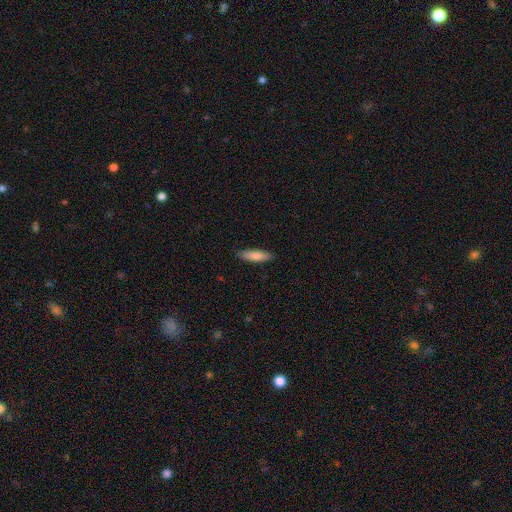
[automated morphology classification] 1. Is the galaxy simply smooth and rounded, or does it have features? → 82% smooth, 13% featured or disk, 6% star or artifact.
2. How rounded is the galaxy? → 68% cigar-shaped, 30% in between, 2% round.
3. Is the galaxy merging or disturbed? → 88% none, 9% minor disturbance, 2% major disturbance, 1% merger.